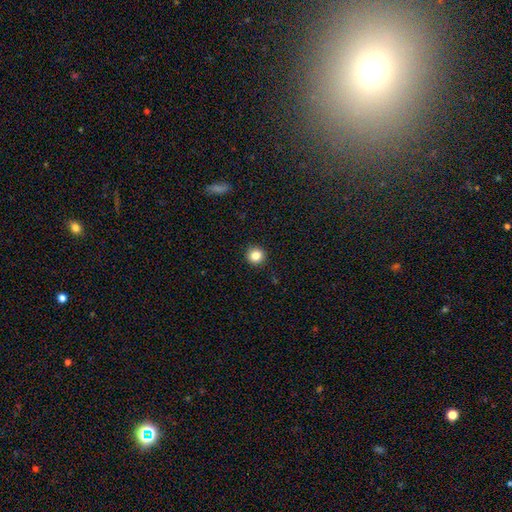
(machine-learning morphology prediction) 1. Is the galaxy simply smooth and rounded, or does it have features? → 83% smooth, 11% star or artifact, 6% featured or disk.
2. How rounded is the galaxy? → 93% round, 6% in between, 1% cigar-shaped.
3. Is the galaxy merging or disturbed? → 92% none, 5% minor disturbance, 2% major disturbance, 1% merger.